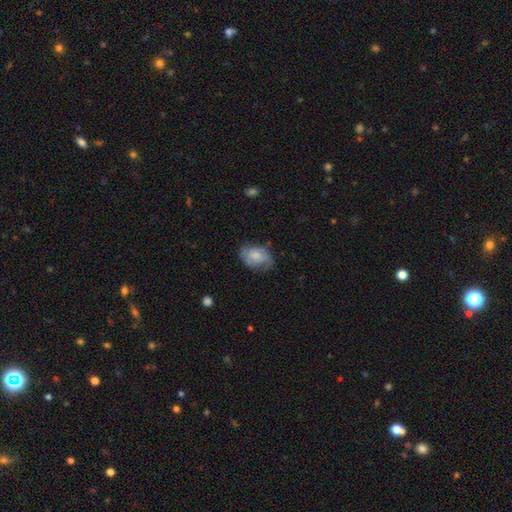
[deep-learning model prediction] Smooth or featured? smooth (53%)
How rounded? in between (77%)
Merging? none (59%)